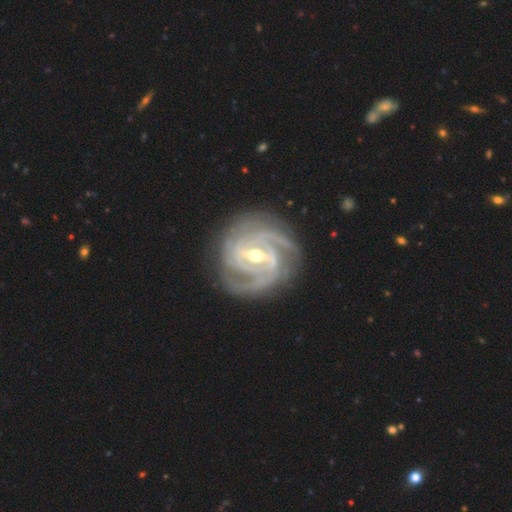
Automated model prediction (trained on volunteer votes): Smooth or featured? featured or disk (93%)
Edge-on disk? no (97%)
Bar? strong (57%)
Spiral arms? yes (98%)
Spiral winding? tight (73%)
Spiral arm count? 3 (38%)
Bulge size? moderate (58%)
Merging? none (80%)